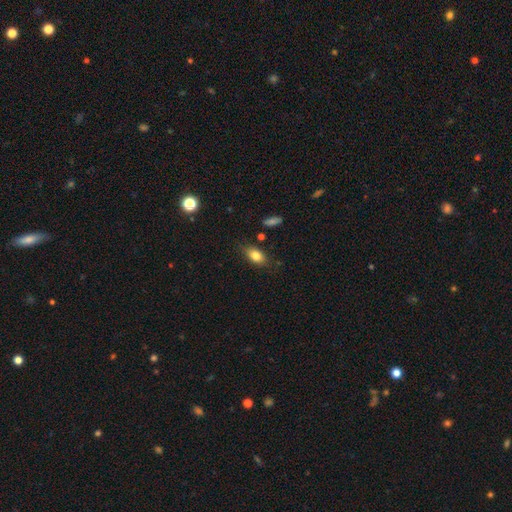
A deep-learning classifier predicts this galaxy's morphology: A smooth galaxy with no disk features (82%) that is in between round and cigar-shaped (85%). Merging: none (76%).